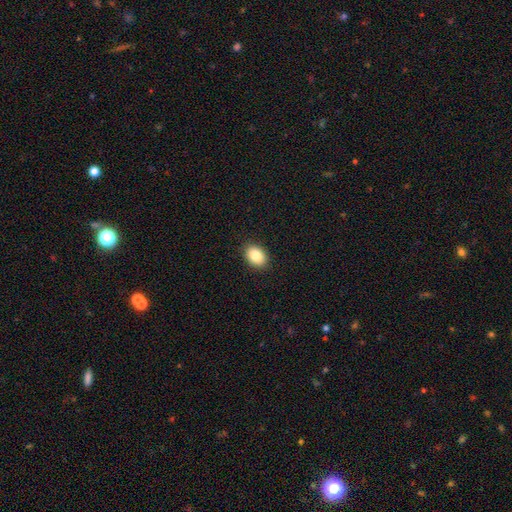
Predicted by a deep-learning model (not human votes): The model was most divided on "how rounded": in between: 75%, round: 24%, cigar-shaped: 1%. More confident: merging — none (90%); smooth or featured — smooth (87%).